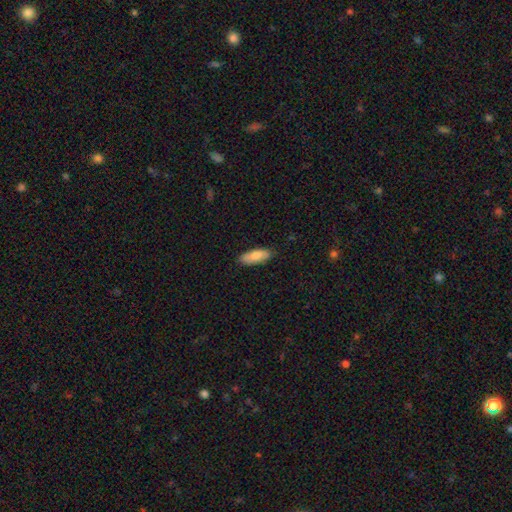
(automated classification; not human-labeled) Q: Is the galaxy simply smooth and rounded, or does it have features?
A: smooth — 84%.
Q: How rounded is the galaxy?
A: in between — 69%.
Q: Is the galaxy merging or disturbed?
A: none — 85%.